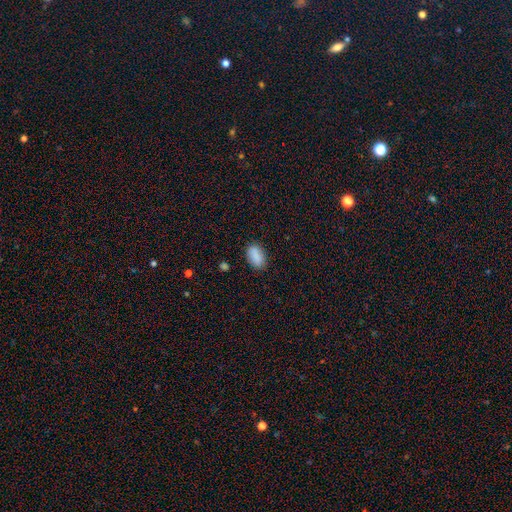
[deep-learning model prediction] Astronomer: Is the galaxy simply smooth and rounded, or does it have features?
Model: smooth — 85%.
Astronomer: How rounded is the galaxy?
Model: in between — 89%.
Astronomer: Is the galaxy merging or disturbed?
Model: none — 83%.